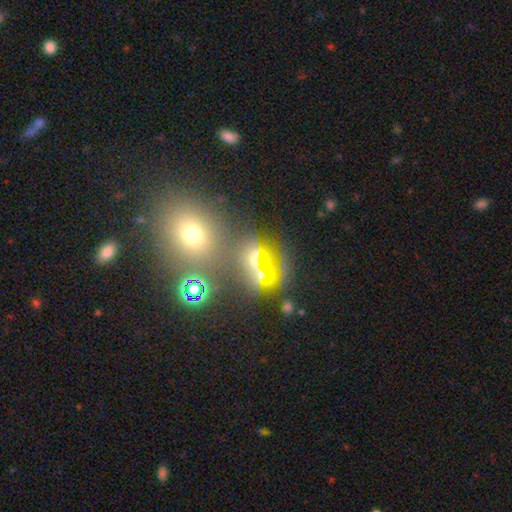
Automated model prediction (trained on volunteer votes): smooth-or-featured: star or artifact: 43% | smooth: 38% | featured or disk: 19%